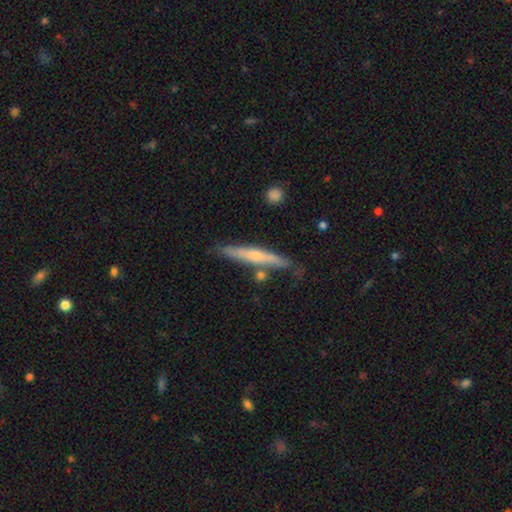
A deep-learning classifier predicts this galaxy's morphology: type=featured or disk (51%); edge-on=yes (92%); merging=none (76%).